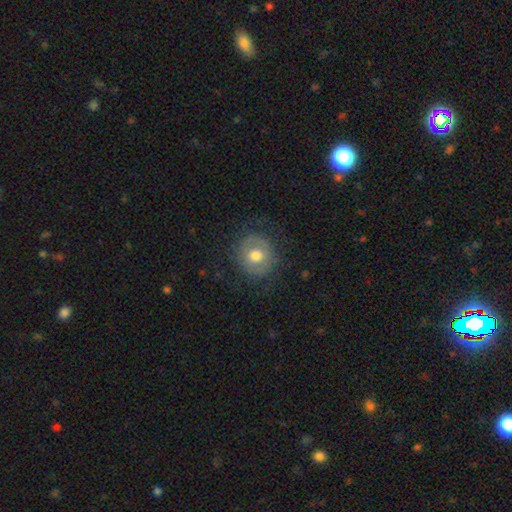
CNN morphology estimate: A smooth galaxy with no disk features (59%) that is round (87%).

Vote fractions:
- Smooth or featured? smooth: 59% / featured or disk: 33% / star or artifact: 8%
- How rounded? round: 87% / in between: 12% / cigar-shaped: 1%
- Merging? none: 77% / minor disturbance: 14% / major disturbance: 8% / merger: 1%